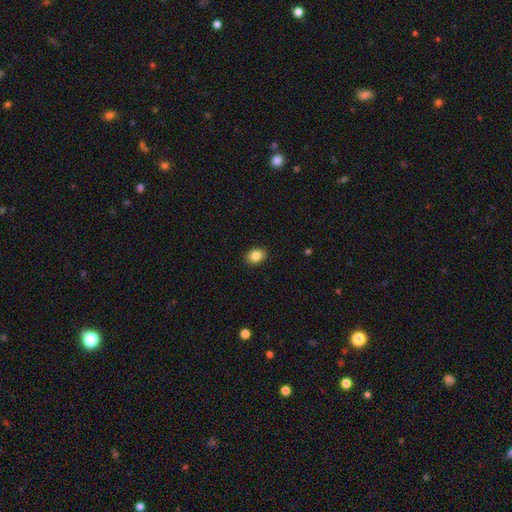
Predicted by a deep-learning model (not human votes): The model was most divided on "how rounded": in between: 62%, round: 37%, cigar-shaped: 1%. More confident: merging — none (91%); smooth or featured — smooth (85%).